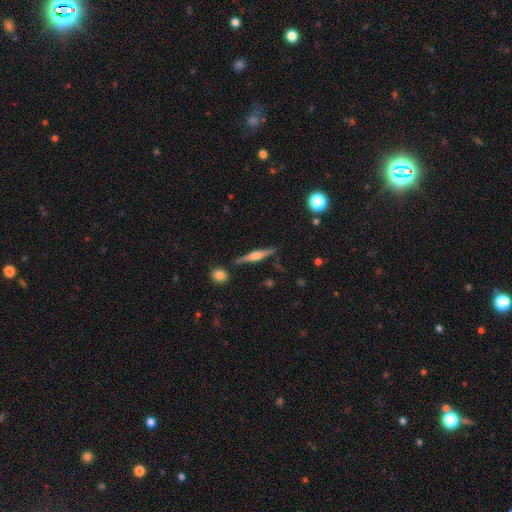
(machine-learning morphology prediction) smooth-or-featured: featured or disk: 74% | smooth: 20% | star or artifact: 6%
  disk-edge-on: yes: 98% | no: 2%
    edge-on-bulge: rounded: 83% | boxy: 13% | none: 4%
  merging: none: 87% | minor disturbance: 8% | merger: 3% | major disturbance: 2%